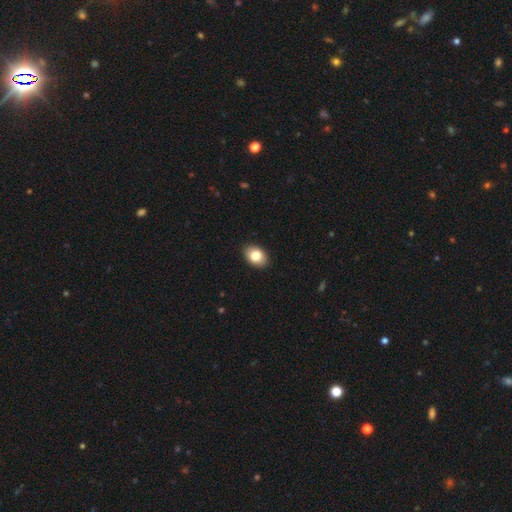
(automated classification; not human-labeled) Q: Smooth or featured?
A: smooth (82%); runner-up: featured or disk (10%)
Q: How rounded?
A: in between (83%); runner-up: round (16%)
Q: Merging?
A: none (90%); runner-up: minor disturbance (8%)